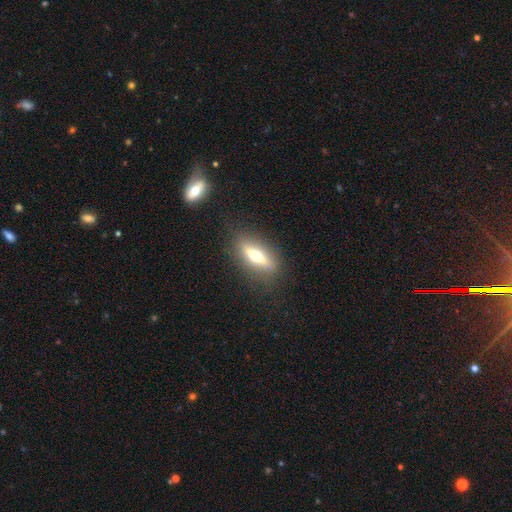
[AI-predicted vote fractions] smooth_or_featured: featured or disk (p=0.54) [alt: smooth p=0.38]
disk_edge_on: yes (p=0.76) [alt: no p=0.24]
merging: none (p=0.84) [alt: minor disturbance p=0.10]